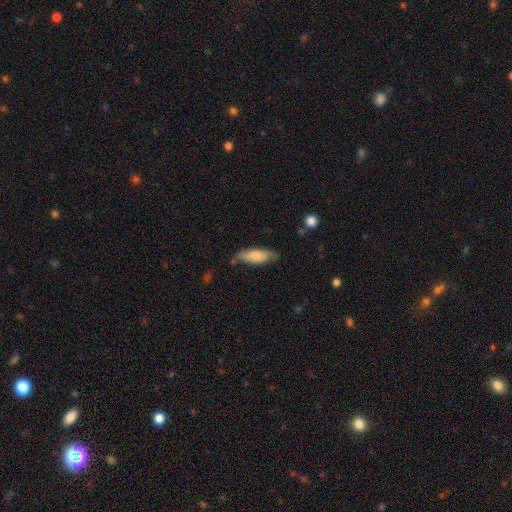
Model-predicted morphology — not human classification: The model was most divided on "how rounded": in between: 61%, cigar-shaped: 37%, round: 2%. More confident: smooth or featured — smooth (75%); merging — none (66%).